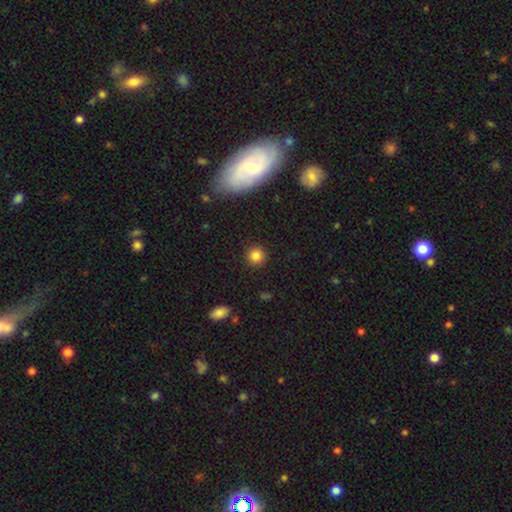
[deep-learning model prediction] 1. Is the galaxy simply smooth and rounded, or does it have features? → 84% smooth, 12% star or artifact, 4% featured or disk.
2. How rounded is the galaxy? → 93% round, 6% in between, 1% cigar-shaped.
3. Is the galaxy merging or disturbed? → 90% none, 6% minor disturbance, 2% major disturbance, 1% merger.